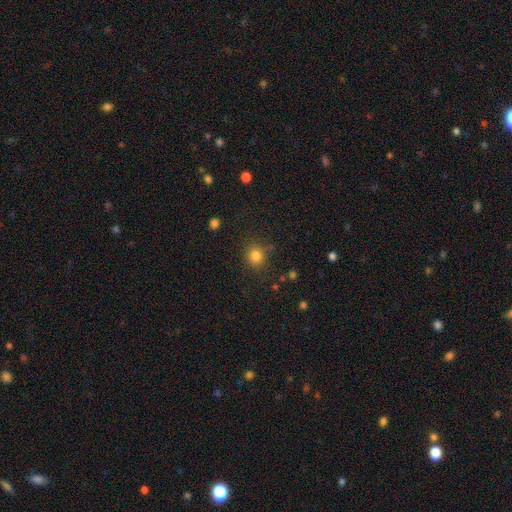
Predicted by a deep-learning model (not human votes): Smooth or featured? smooth (82%)
How rounded? round (84%)
Merging? none (82%)